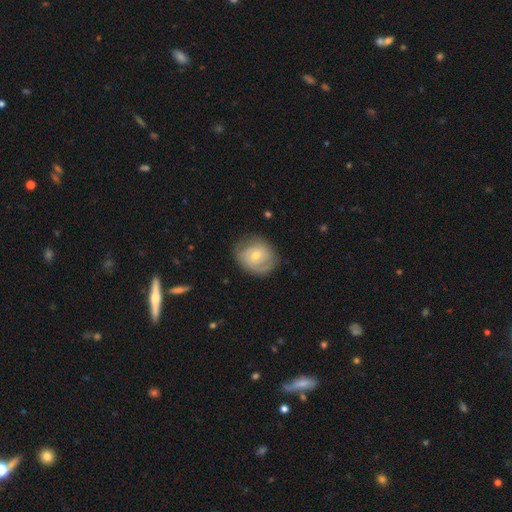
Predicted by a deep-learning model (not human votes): A featured or disk galaxy (60%) with no bar (65%), spiral arms (75%) and a moderate central bulge (50%).

Vote fractions:
- Smooth or featured? featured or disk: 60% / smooth: 33% / star or artifact: 7%
- Edge-on disk? no: 96% / yes: 4%
- Bar? no: 65% / weak: 28% / strong: 6%
- Spiral arms? yes: 75% / no: 25%
- Bulge size? moderate: 50% / small: 46% / large: 2% / none: 1% / dominant: 1%
- Merging? none: 71% / minor disturbance: 20% / major disturbance: 7% / merger: 1%